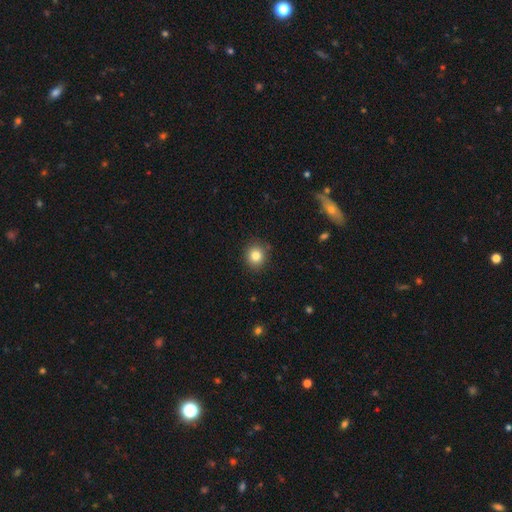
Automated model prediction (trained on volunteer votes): Smooth or featured?
  - smooth: 83% *
  - star or artifact: 11%
  - featured or disk: 6%
How rounded?
  - round: 84% *
  - in between: 15%
  - cigar-shaped: 1%
Merging?
  - none: 89% *
  - minor disturbance: 8%
  - major disturbance: 2%
  - merger: 1%